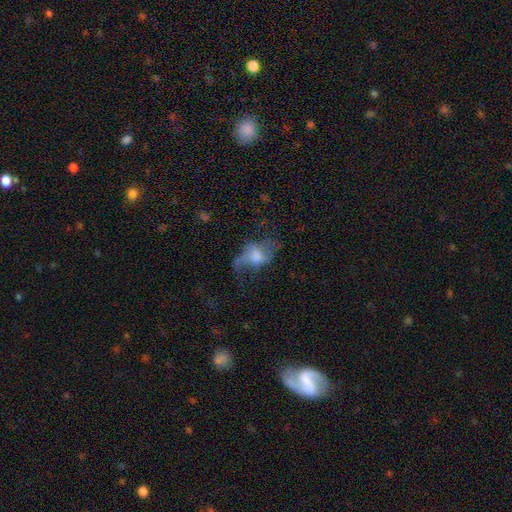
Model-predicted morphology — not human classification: A featured or disk galaxy (53%).

Vote fractions:
- Smooth or featured? featured or disk: 53% / smooth: 36% / star or artifact: 11%
- Edge-on disk? no: 93% / yes: 7%
- Merging? major disturbance: 40% / none: 36% / minor disturbance: 21% / merger: 3%